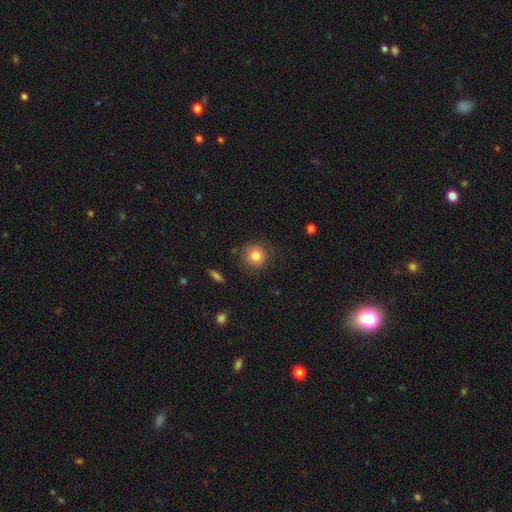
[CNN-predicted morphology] type=smooth (83%); roundness=round (92%); merging=none (84%).